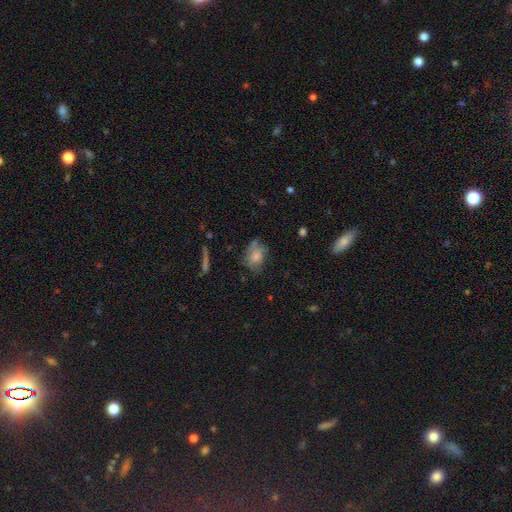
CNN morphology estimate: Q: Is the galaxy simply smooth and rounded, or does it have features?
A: smooth — 66%.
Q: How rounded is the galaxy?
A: in between — 69%.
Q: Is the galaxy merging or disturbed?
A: none — 53%.